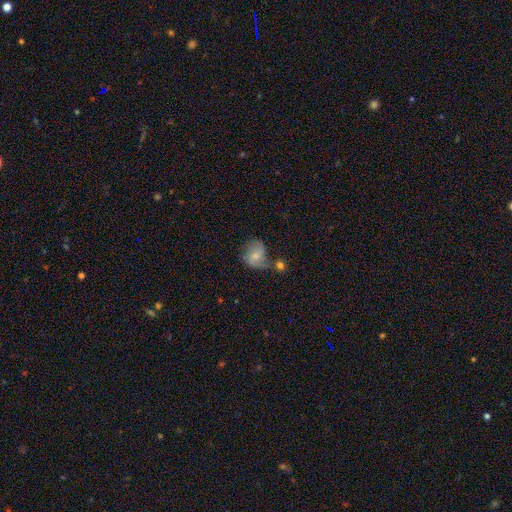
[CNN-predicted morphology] The model was most divided on "how rounded": round: 55%, in between: 44%, cigar-shaped: 1%. Remaining: smooth or featured — smooth (55%); merging — none (40%).